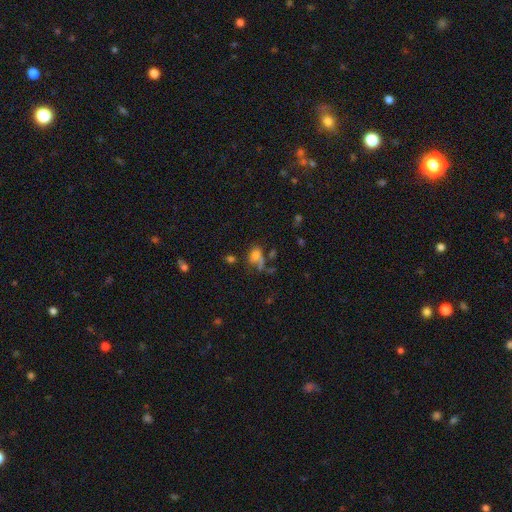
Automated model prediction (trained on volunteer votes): smooth-or-featured: smooth: 61% | star or artifact: 20% | featured or disk: 19%
  how-rounded: in between: 77% | round: 19% | cigar-shaped: 4%
  merging: none: 34% | merger: 26% | major disturbance: 23% | minor disturbance: 17%